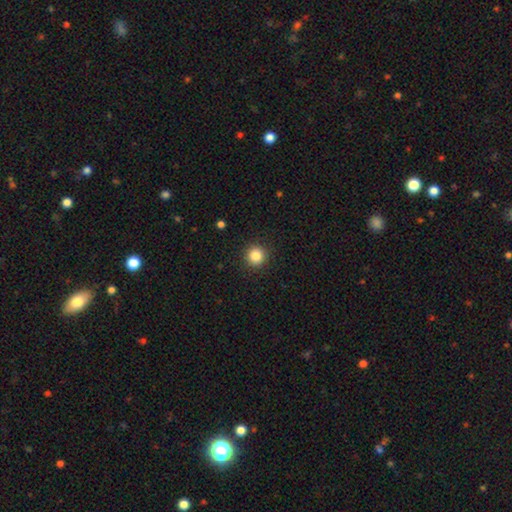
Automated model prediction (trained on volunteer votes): Smooth or featured? Predicted: smooth (p=0.85). How rounded? Predicted: round (p=0.95). Merging? Predicted: none (p=0.92).